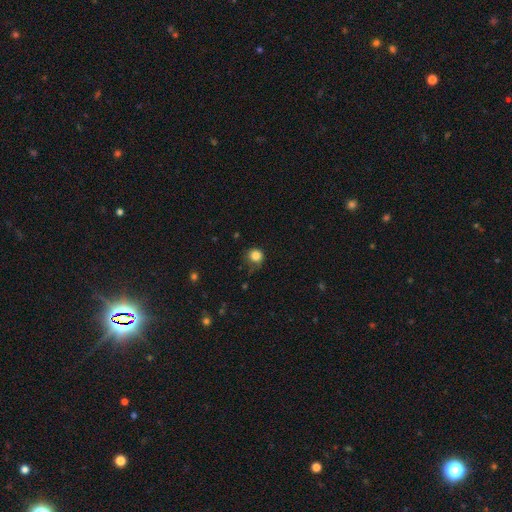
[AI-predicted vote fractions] Smooth or featured?
  - smooth: 84% *
  - star or artifact: 11%
  - featured or disk: 5%
How rounded?
  - round: 91% *
  - in between: 8%
  - cigar-shaped: 1%
Merging?
  - none: 70% *
  - minor disturbance: 22%
  - major disturbance: 6%
  - merger: 2%